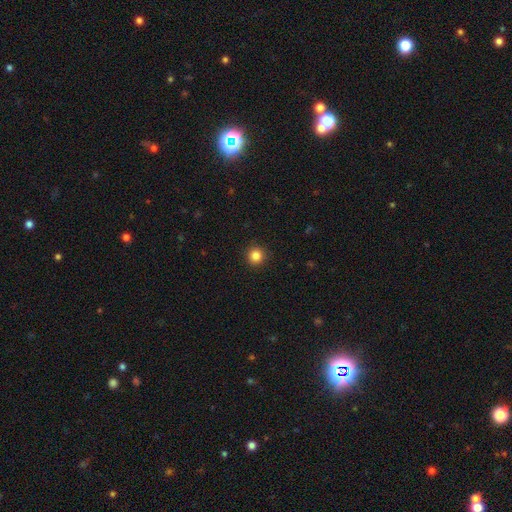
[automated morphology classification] type=smooth (85%); roundness=round (95%); merging=none (93%).